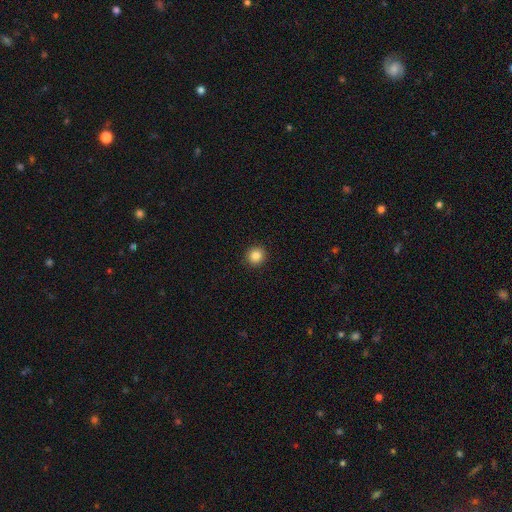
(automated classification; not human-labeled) A smooth galaxy with no disk features (85%) that is round (92%). Merging: none (93%).